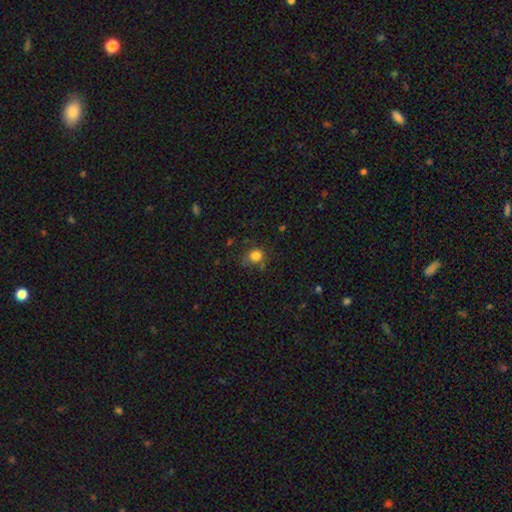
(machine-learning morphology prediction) type=smooth (81%); roundness=round (76%); merging=none (62%).